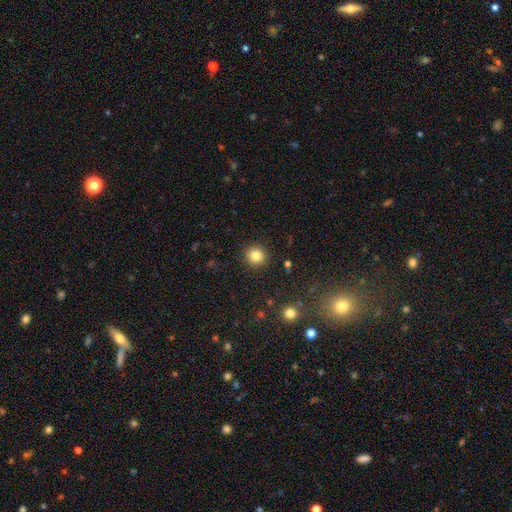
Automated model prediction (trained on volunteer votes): Smooth or featured? Predicted: smooth (p=0.83). How rounded? Predicted: round (p=0.92). Merging? Predicted: none (p=0.91).